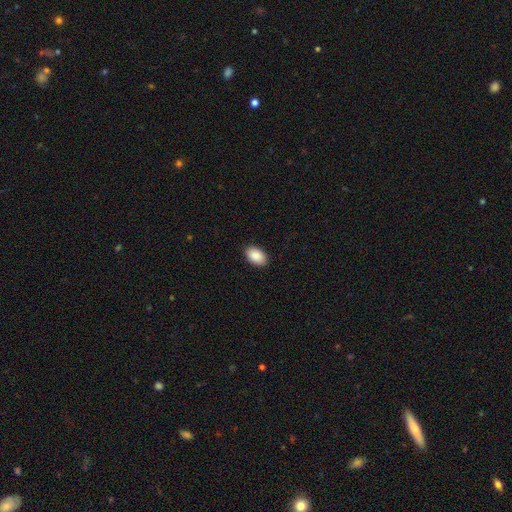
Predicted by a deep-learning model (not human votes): A smooth galaxy with no disk features (90%) that is in between round and cigar-shaped (93%).

Vote fractions:
- Smooth or featured? smooth: 90% / star or artifact: 6% / featured or disk: 4%
- How rounded? in between: 93% / round: 6% / cigar-shaped: 1%
- Merging? none: 90% / minor disturbance: 7% / major disturbance: 2% / merger: 1%